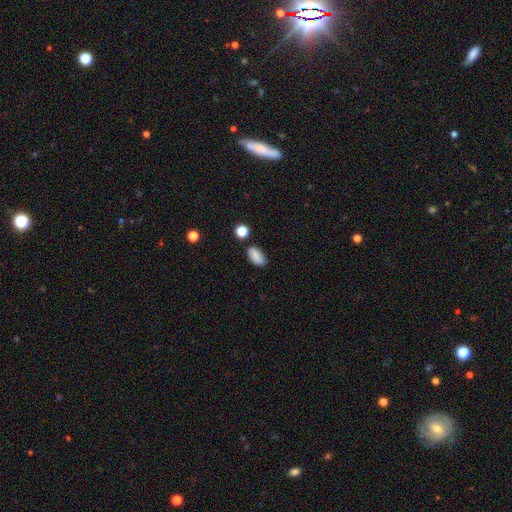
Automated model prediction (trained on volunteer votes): smooth-or-featured: smooth: 85% | star or artifact: 9% | featured or disk: 6%
  how-rounded: in between: 91% | round: 6% | cigar-shaped: 3%
  merging: none: 80% | minor disturbance: 13% | merger: 4% | major disturbance: 3%